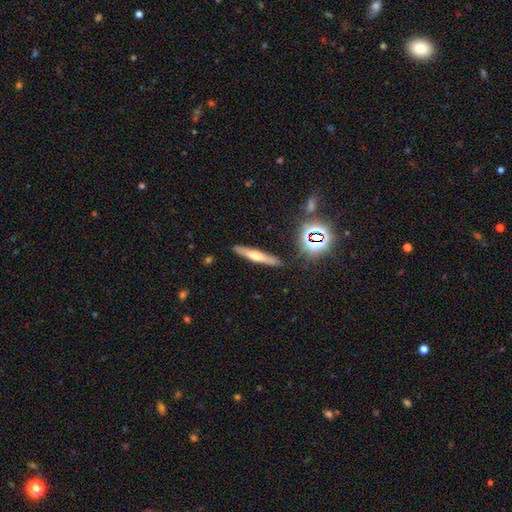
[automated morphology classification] A featured or disk galaxy (43%, tied with smooth).

Vote fractions:
- Smooth or featured? featured or disk: 43% (tied) / smooth: 43% (tied) / star or artifact: 13%
- Merging? none: 87% / minor disturbance: 9% / major disturbance: 2% / merger: 2%